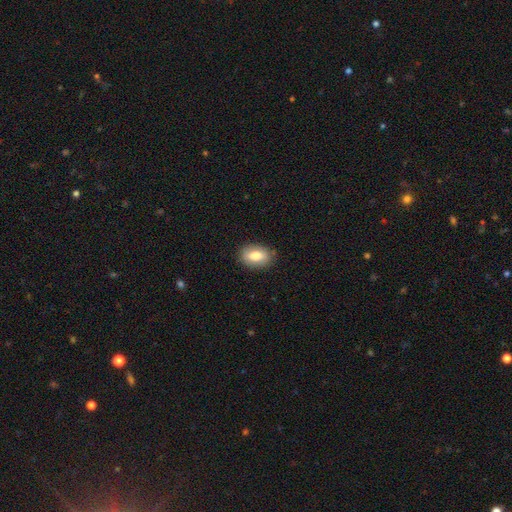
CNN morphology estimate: Smooth or featured?
  - smooth: 79% *
  - featured or disk: 14%
  - star or artifact: 7%
How rounded?
  - in between: 85% *
  - round: 13%
  - cigar-shaped: 2%
Merging?
  - none: 86% *
  - minor disturbance: 11%
  - major disturbance: 3%
  - merger: 1%